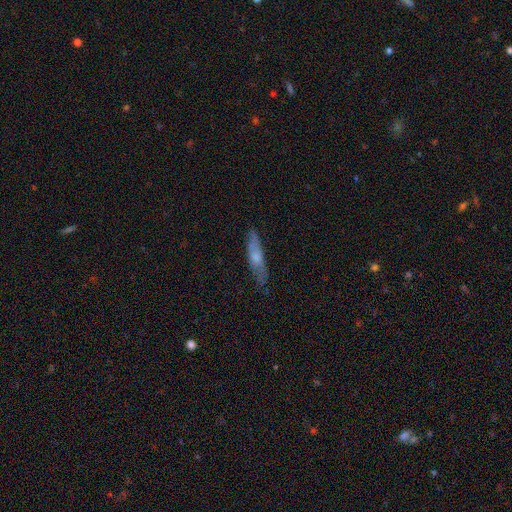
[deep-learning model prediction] Smooth or featured: smooth — 54% (featured or disk — 40%)
How rounded: cigar-shaped — 79% (in between — 19%)
Merging: none — 75% (minor disturbance — 19%)